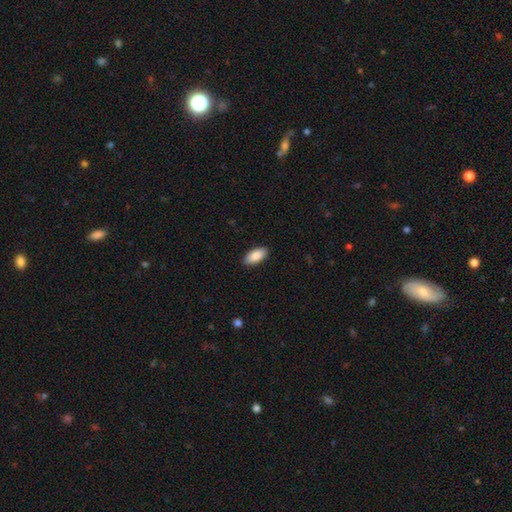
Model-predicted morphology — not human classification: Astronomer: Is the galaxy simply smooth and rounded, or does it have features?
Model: smooth — 88%.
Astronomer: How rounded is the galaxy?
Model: in between — 92%.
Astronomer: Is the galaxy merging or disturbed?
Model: none — 90%.